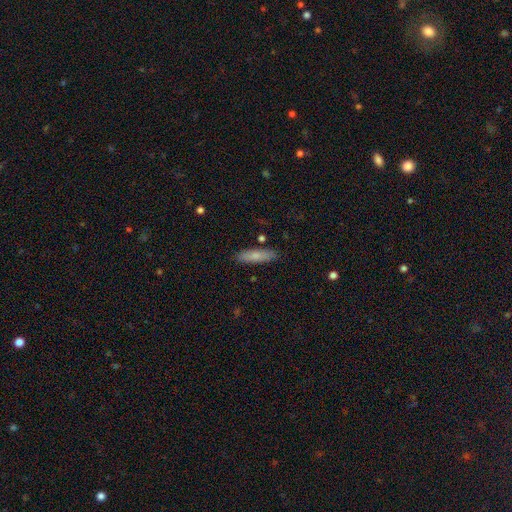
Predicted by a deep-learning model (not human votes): Smooth or featured: smooth — 79% (featured or disk — 14%)
How rounded: cigar-shaped — 68% (in between — 31%)
Merging: none — 87% (minor disturbance — 9%)